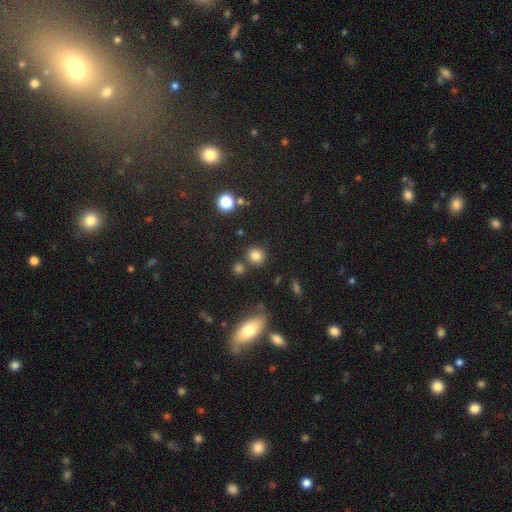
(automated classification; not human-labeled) Overall: smooth (81%). How rounded: round (81%). Merging: none (78%).